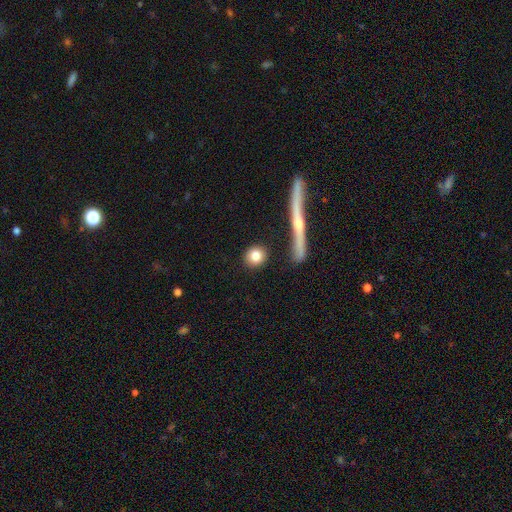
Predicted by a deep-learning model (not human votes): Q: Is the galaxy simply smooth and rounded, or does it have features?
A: smooth — 82%.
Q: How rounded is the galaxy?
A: round — 83%.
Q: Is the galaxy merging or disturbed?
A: none — 89%.